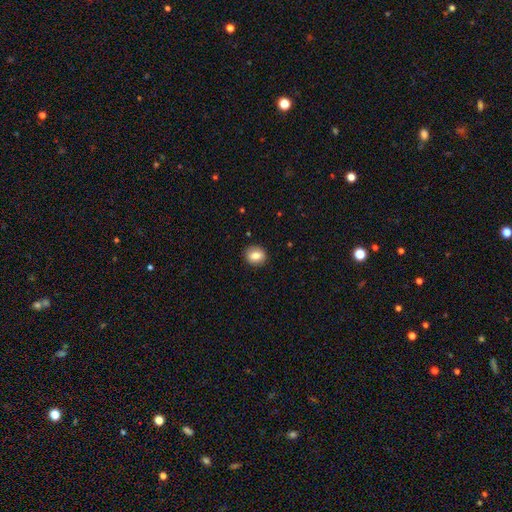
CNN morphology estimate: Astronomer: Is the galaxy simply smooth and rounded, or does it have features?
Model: smooth — 80%.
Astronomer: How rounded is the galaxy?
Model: round — 71%.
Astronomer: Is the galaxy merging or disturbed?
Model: none — 89%.